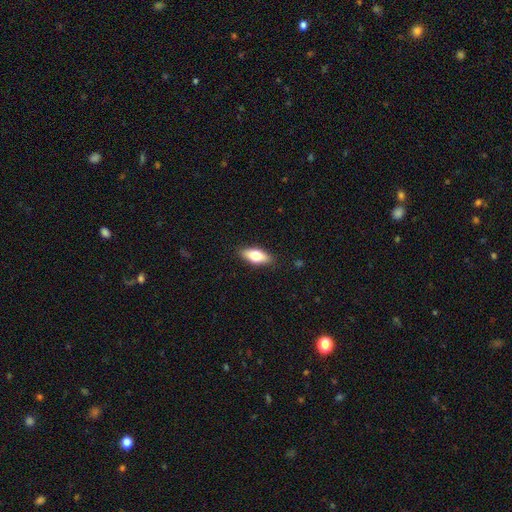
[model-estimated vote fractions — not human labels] Smooth or featured?
  - smooth: 70% *
  - featured or disk: 24%
  - star or artifact: 6%
How rounded?
  - in between: 78% *
  - cigar-shaped: 19%
  - round: 3%
Merging?
  - none: 87% *
  - minor disturbance: 10%
  - major disturbance: 2%
  - merger: 1%